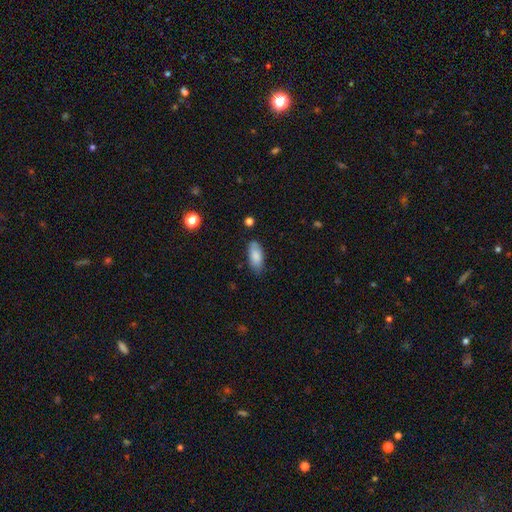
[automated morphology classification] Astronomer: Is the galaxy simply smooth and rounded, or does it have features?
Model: smooth — 84%.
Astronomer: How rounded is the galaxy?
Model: in between — 86%.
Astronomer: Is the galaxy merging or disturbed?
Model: none — 76%.